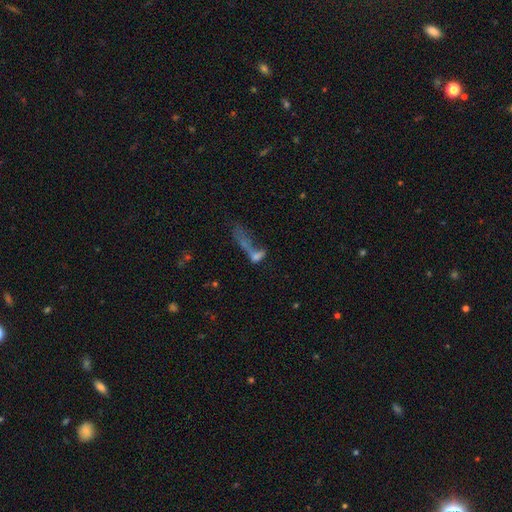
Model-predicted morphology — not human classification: This is possibly a smooth galaxy (52%). How rounded: possibly in between (52%). Merging: marginally merger (40%).